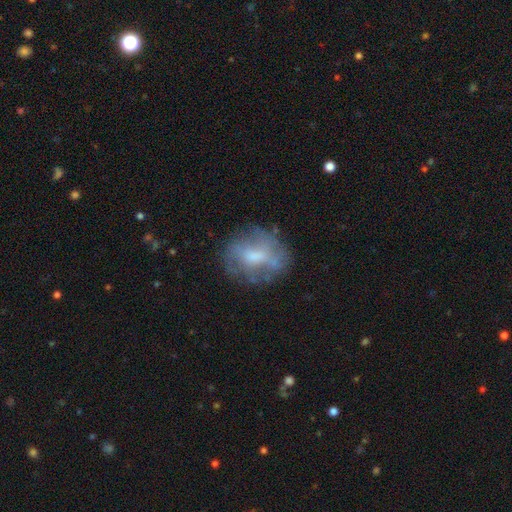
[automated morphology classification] type=featured or disk (49%); merging=none (63%).